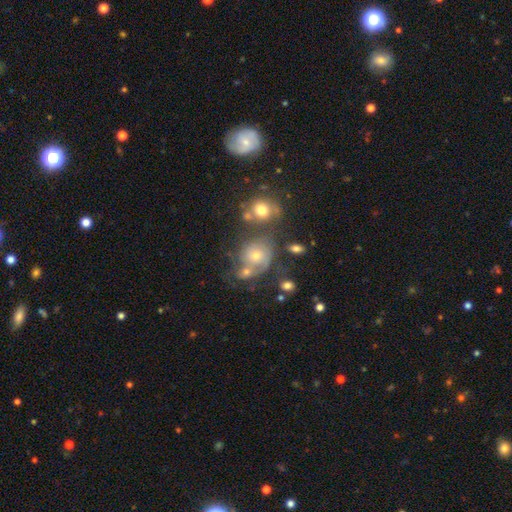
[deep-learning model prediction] Smooth or featured? featured or disk (48%)
Merging? none (43%)